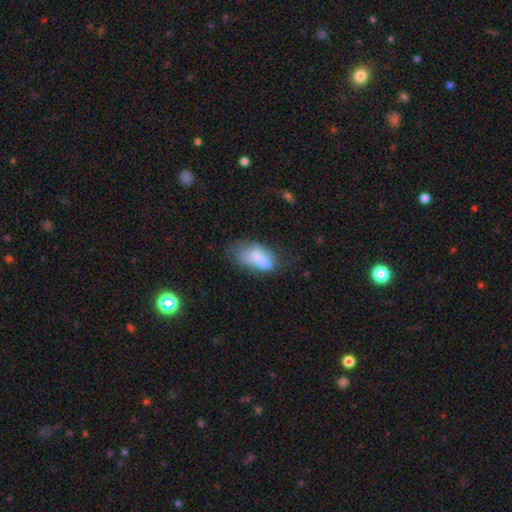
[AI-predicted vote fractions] A smooth galaxy with no disk features (57%) that is in between round and cigar-shaped (88%). Merging: merger (38%).